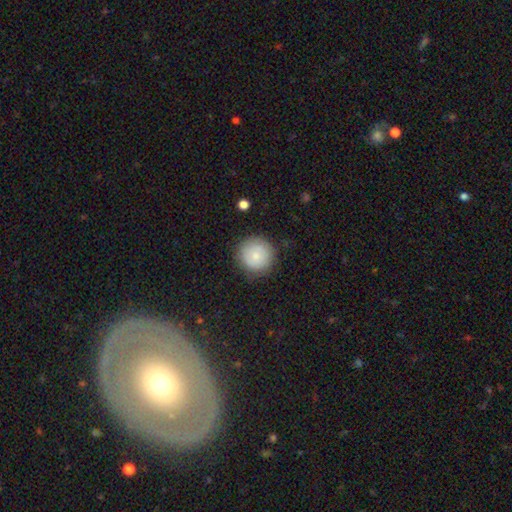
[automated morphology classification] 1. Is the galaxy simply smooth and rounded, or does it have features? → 82% smooth, 10% featured or disk, 8% star or artifact.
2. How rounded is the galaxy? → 95% round, 4% in between, 1% cigar-shaped.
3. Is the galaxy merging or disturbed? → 86% none, 10% minor disturbance, 3% major disturbance, 1% merger.